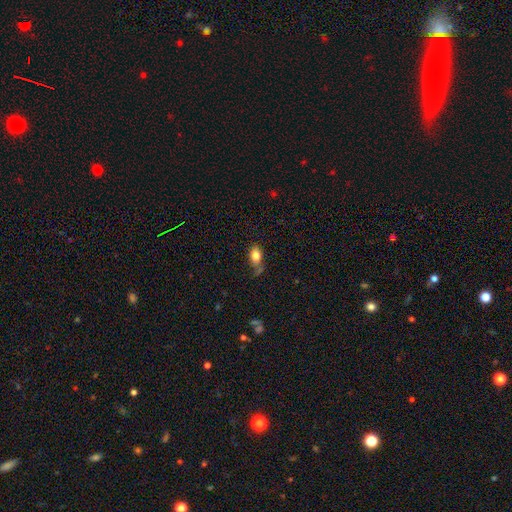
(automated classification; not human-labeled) Smooth or featured? Predicted: smooth (p=0.81). How rounded? Predicted: in between (p=0.86). Merging? Predicted: none (p=0.49).